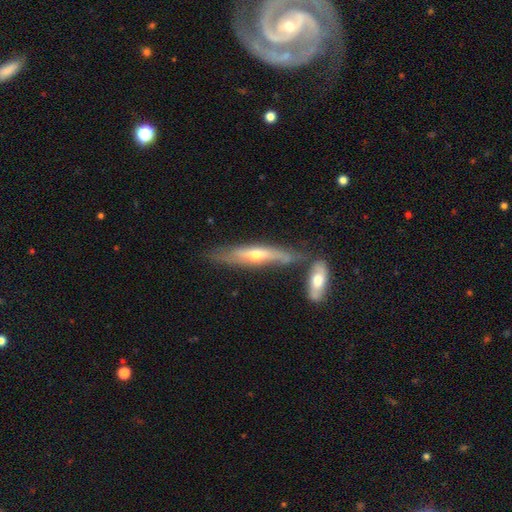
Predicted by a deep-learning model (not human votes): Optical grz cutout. It shows a featured or disk galaxy (59%) viewed edge-on (75%). Merging: none (52%).